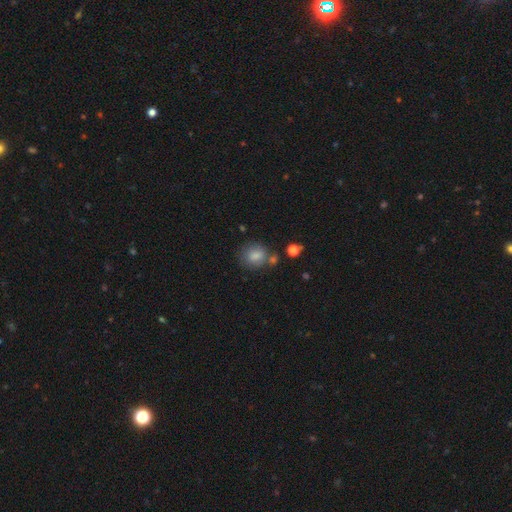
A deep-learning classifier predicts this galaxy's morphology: A smooth galaxy with no disk features (81%) that is round (62%).

Vote fractions:
- Smooth or featured? smooth: 81% / star or artifact: 10% / featured or disk: 9%
- How rounded? round: 62% / in between: 36% / cigar-shaped: 1%
- Merging? none: 65% / minor disturbance: 16% / merger: 13% / major disturbance: 6%